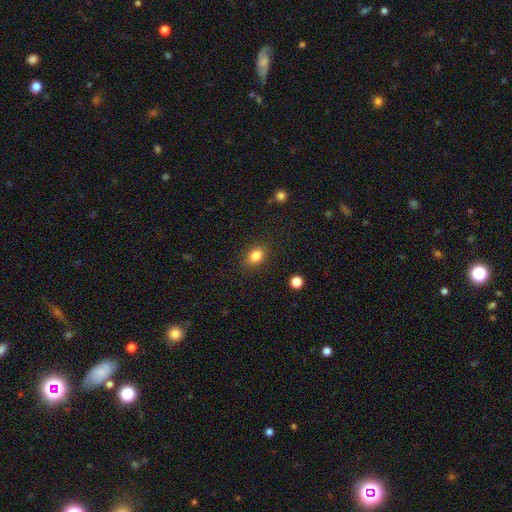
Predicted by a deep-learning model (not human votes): Morphology: type=smooth (84%); roundness=in between (67%); merging=none (86%).